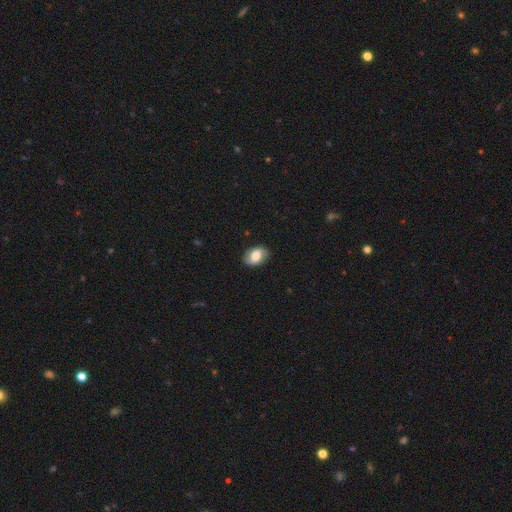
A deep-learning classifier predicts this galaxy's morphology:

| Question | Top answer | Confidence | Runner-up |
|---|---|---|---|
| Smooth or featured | featured or disk | 48% | smooth (44%) |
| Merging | none | 84% | minor disturbance (12%) |